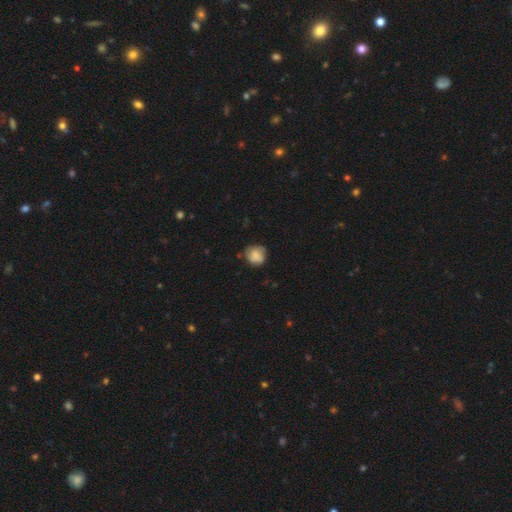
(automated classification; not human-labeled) Smooth or featured? Predicted: smooth (p=0.74). How rounded? Predicted: round (p=0.85). Merging? Predicted: none (p=0.68).